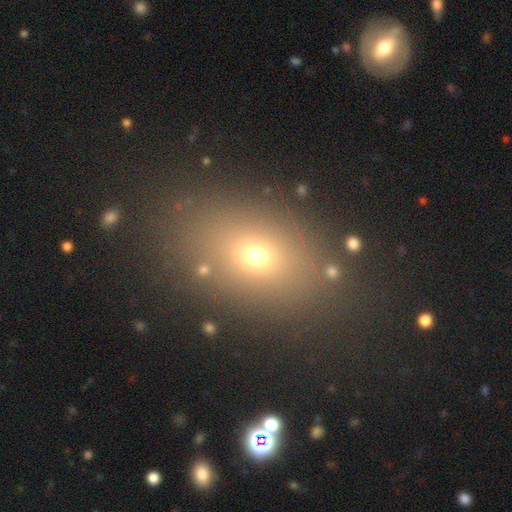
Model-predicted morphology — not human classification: The model was most divided on "how rounded": in between: 69%, round: 29%, cigar-shaped: 2%. More confident: merging — none (82%); smooth or featured — smooth (65%).